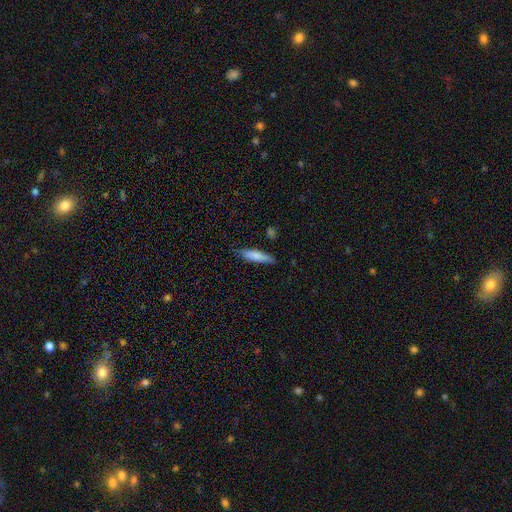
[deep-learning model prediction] Overall: smooth (79%). How rounded: cigar-shaped (75%). Merging: none (80%).